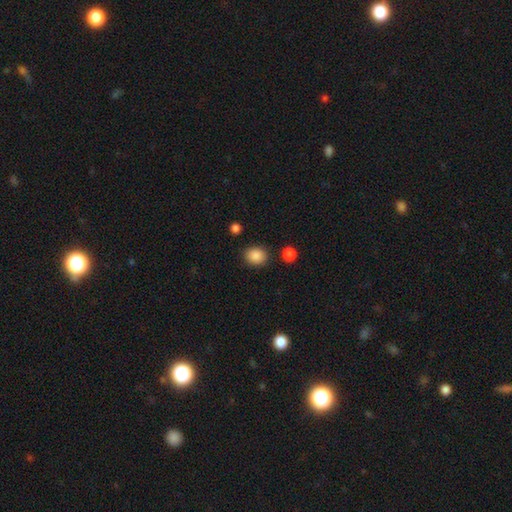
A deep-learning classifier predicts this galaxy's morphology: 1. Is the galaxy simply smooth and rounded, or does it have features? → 88% smooth, 9% star or artifact, 3% featured or disk.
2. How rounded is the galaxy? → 67% round, 32% in between, 1% cigar-shaped.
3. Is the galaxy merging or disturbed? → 85% none, 9% minor disturbance, 3% merger, 3% major disturbance.